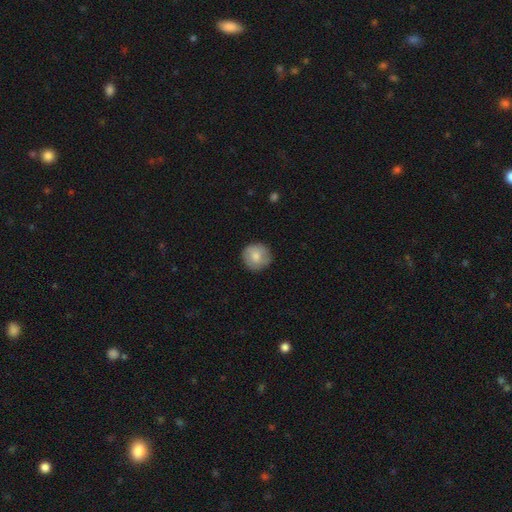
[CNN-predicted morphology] Q: Smooth or featured?
A: smooth (78%); runner-up: featured or disk (16%)
Q: How rounded?
A: round (93%); runner-up: in between (6%)
Q: Merging?
A: none (85%); runner-up: minor disturbance (11%)